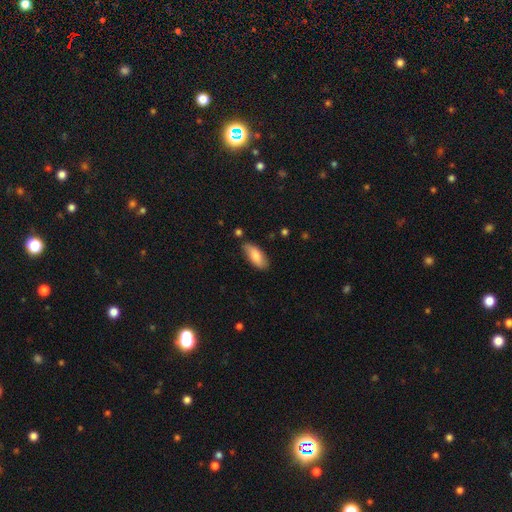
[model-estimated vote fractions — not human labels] smooth 78%, featured or disk 16%, star or artifact 6%. Down the decision tree: how rounded — in between (83%); merging — none (77%).